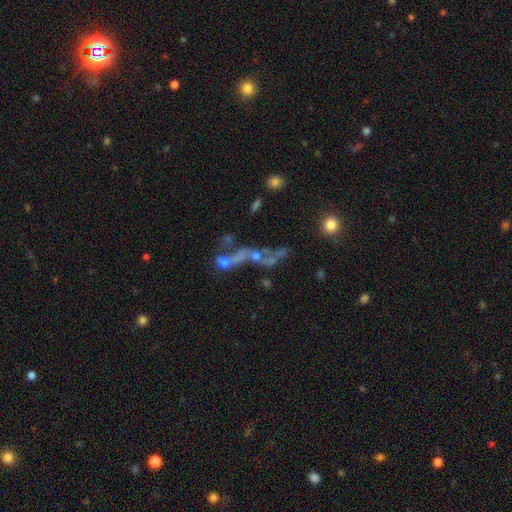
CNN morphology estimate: The model was most divided on "merging": merger: 37%, none: 30%, major disturbance: 23%, minor disturbance: 10%. More confident: edge-on disk — no (84%); smooth or featured — featured or disk (50%).